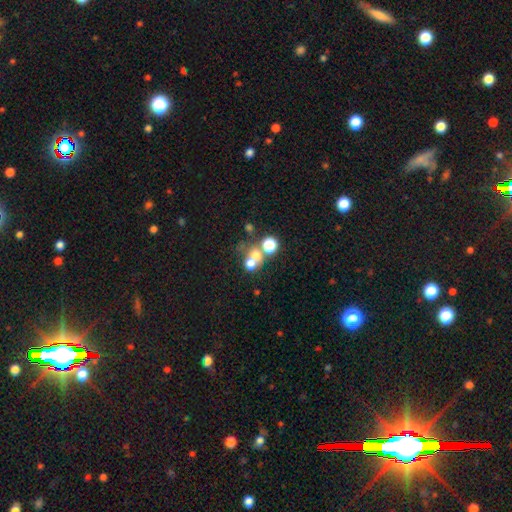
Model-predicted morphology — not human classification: smooth 60%, star or artifact 21%, featured or disk 19%. Down the decision tree: how rounded — round (79%); merging — merger (51%).